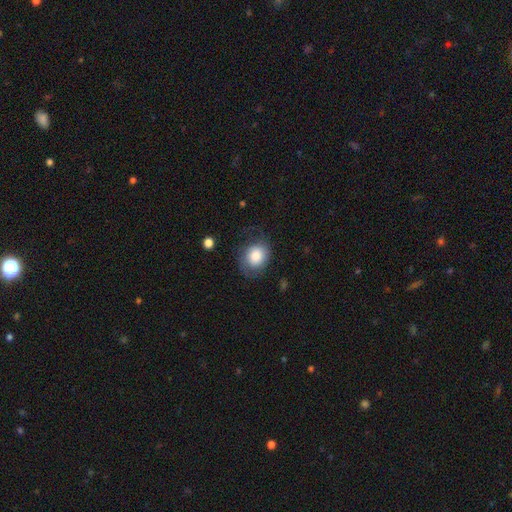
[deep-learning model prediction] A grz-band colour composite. It shows a smooth galaxy with no disk features (77%) that is round (56%). Merging: none (62%).